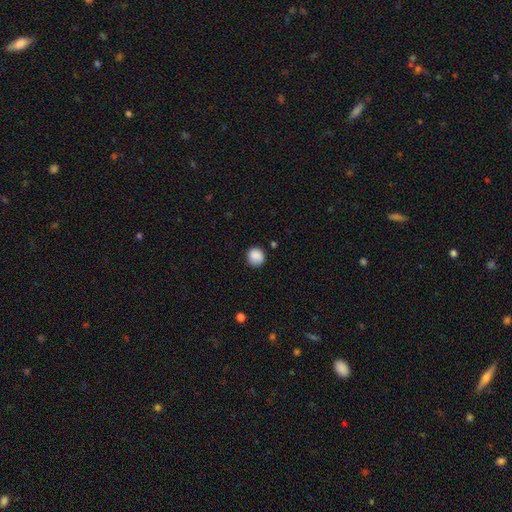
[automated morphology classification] The model was most divided on "merging": none: 84%, minor disturbance: 12%, major disturbance: 3%, merger: 2%. More confident: how rounded — round (89%); smooth or featured — smooth (88%).